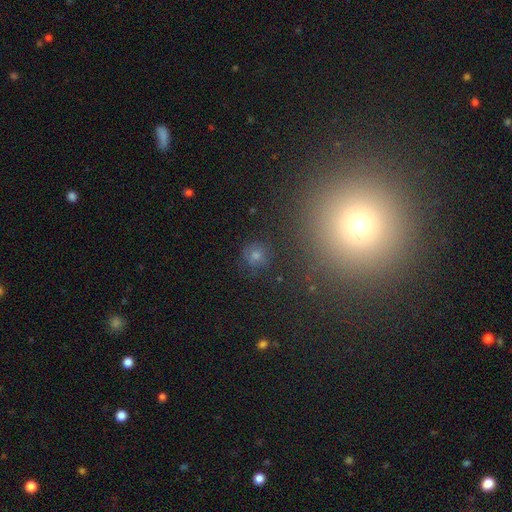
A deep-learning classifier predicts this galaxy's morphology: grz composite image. It shows a smooth galaxy with no disk features (64%) that is round (88%). Merging: none (73%).